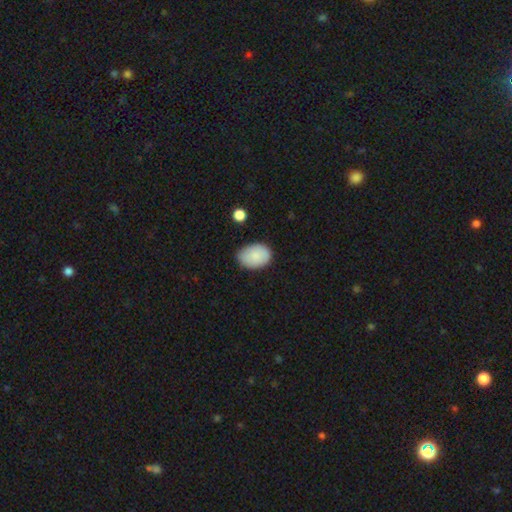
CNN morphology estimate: This is clearly a smooth galaxy (87%). How rounded: clearly in between (81%). Merging: likely none (75%).